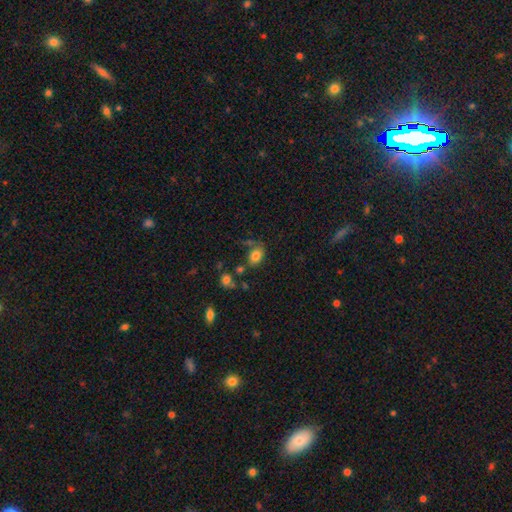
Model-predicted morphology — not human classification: type=smooth (81%); roundness=in between (82%); merging=none (61%).